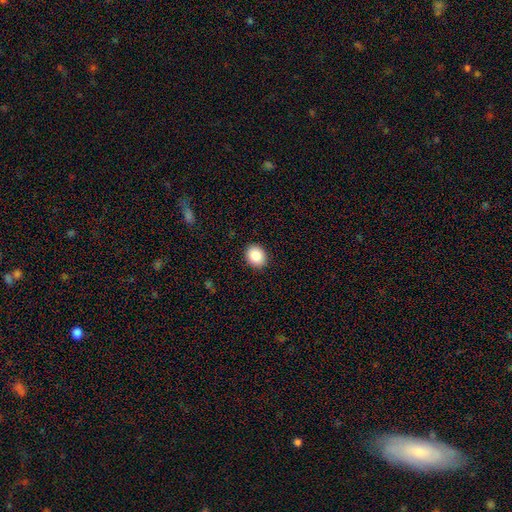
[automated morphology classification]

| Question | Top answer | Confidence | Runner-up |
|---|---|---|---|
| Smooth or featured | smooth | 88% | star or artifact (8%) |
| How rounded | round | 57% | in between (42%) |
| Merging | none | 90% | minor disturbance (7%) |